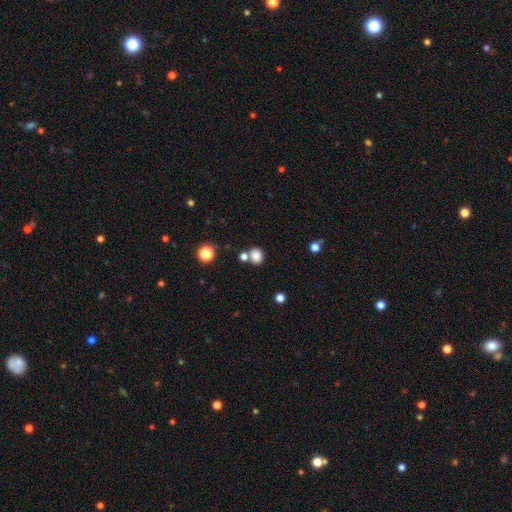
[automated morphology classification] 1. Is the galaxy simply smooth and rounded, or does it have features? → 83% smooth, 12% star or artifact, 5% featured or disk.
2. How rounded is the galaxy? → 69% round, 30% in between, 1% cigar-shaped.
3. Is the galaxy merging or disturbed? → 63% none, 22% merger, 11% minor disturbance, 4% major disturbance.